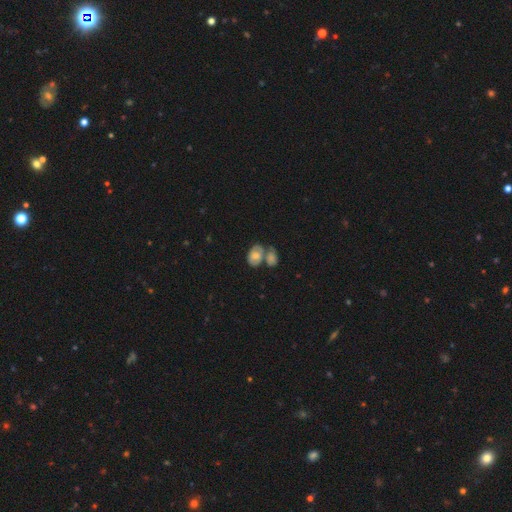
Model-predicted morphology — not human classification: This appears to be a smooth galaxy with no disk features (56%) that is in between round and cigar-shaped (66%). Merging: merger (47%).